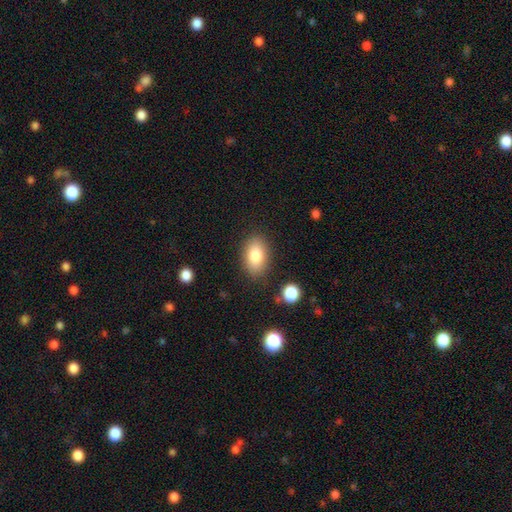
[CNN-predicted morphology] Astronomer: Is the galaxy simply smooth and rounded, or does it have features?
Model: smooth — 82%.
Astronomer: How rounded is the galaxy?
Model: in between — 89%.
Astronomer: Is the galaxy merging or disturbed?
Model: none — 84%.